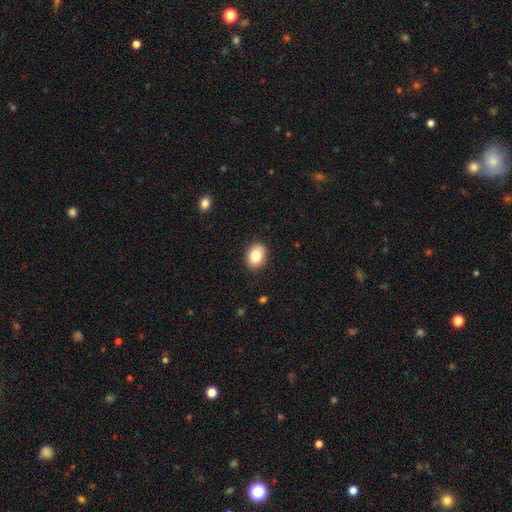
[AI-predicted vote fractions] The model was most divided on "how rounded": in between: 66%, round: 33%, cigar-shaped: 1%. More confident: merging — none (88%); smooth or featured — smooth (84%).